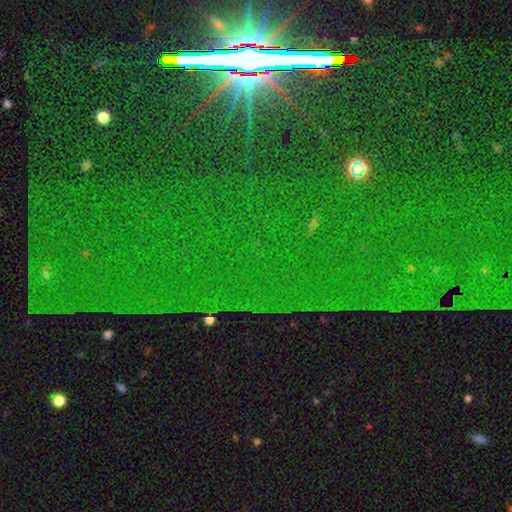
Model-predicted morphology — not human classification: Smooth or featured? star or artifact (86%)